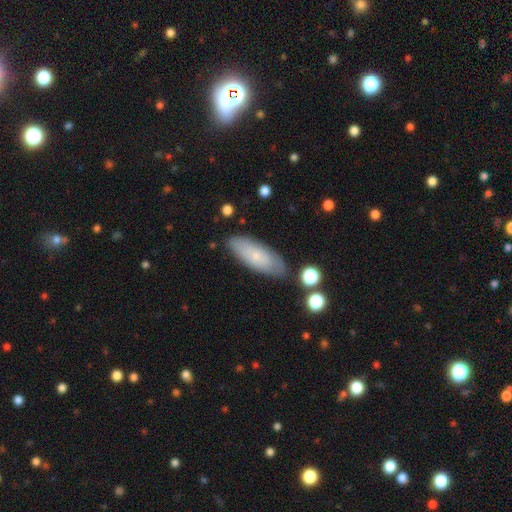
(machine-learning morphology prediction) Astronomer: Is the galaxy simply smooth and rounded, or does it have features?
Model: smooth — 68%.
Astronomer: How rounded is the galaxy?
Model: in between — 69%.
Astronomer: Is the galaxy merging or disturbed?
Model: none — 79%.